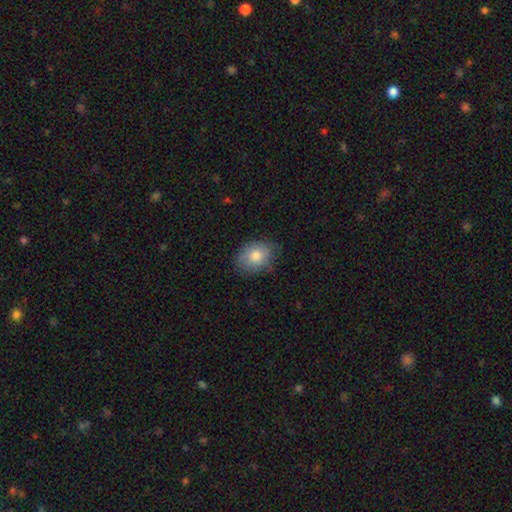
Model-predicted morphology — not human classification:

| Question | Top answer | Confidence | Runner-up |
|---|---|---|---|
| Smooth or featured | smooth | 81% | featured or disk (12%) |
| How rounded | in between | 62% | round (37%) |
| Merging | none | 75% | minor disturbance (20%) |